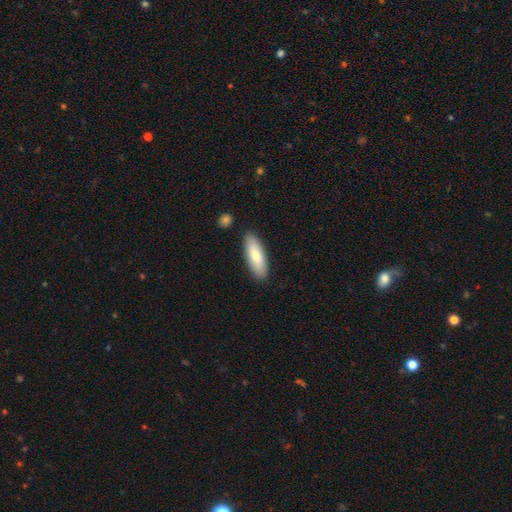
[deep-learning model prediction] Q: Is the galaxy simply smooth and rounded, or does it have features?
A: smooth — 78%.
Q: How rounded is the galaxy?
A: in between — 62%.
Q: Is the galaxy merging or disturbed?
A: none — 87%.